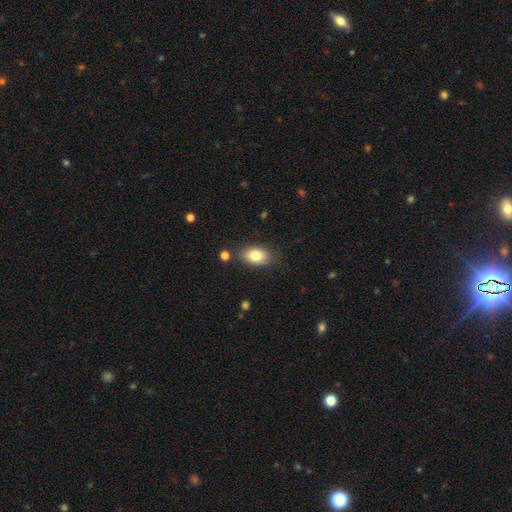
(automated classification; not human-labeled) smooth 81%, featured or disk 11%, star or artifact 8%. Down the decision tree: how rounded — in between (87%); merging — none (83%).